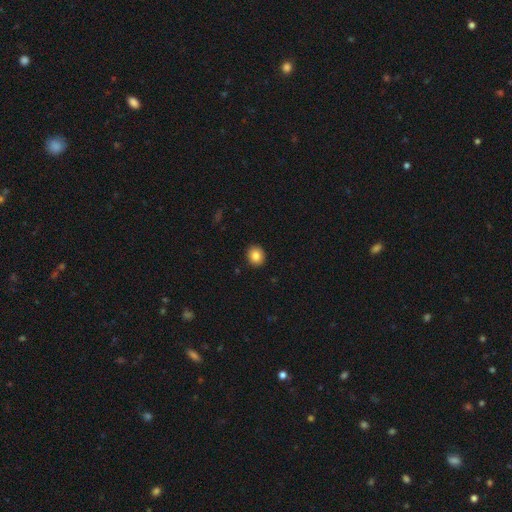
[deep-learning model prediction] This appears to be a smooth galaxy with no disk features (84%) that is round (80%). Merging: none (92%).